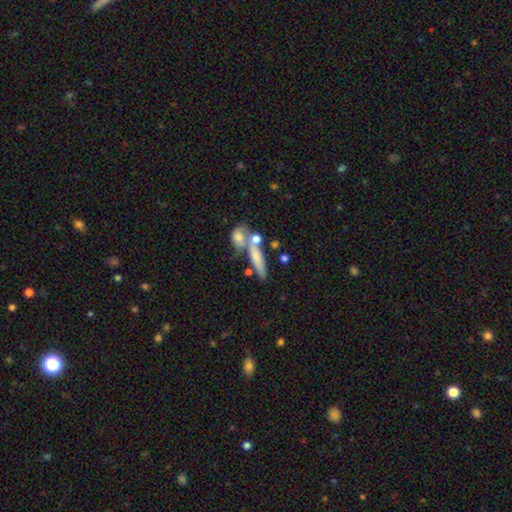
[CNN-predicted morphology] The model was most divided on "merging": none: 45%, merger: 34%, minor disturbance: 13%, major disturbance: 8%. More confident: smooth or featured — smooth (66%); how rounded — cigar-shaped (65%).